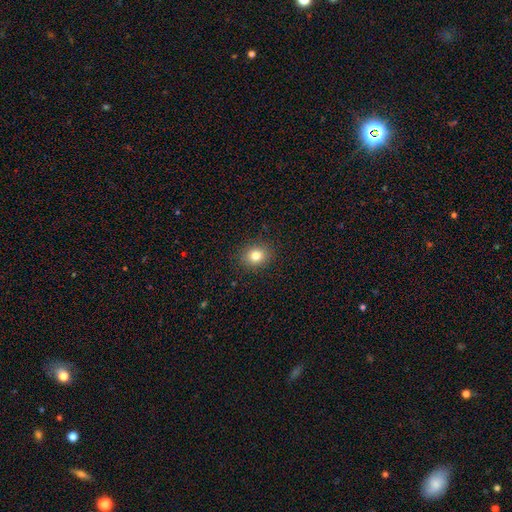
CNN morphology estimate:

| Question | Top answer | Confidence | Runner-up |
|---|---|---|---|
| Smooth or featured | smooth | 80% | star or artifact (12%) |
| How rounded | round | 66% | in between (33%) |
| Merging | none | 89% | minor disturbance (7%) |